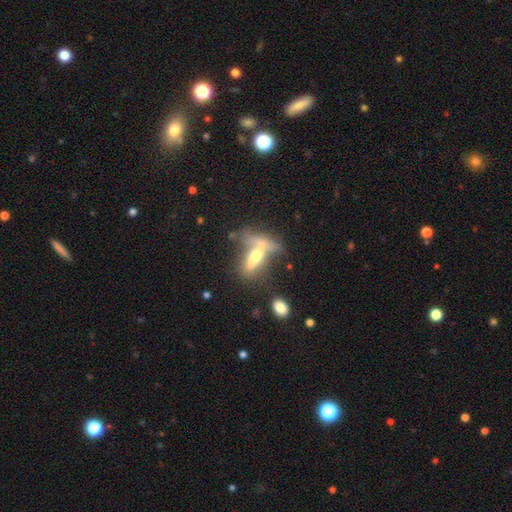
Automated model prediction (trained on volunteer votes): This appears to be a featured or disk galaxy (51%) viewed edge-on (62%). Merging: none (32%).